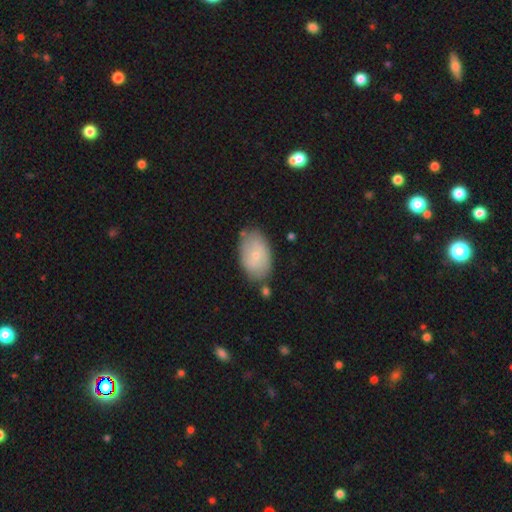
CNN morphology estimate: Smooth or featured?
  - smooth: 60% *
  - featured or disk: 33%
  - star or artifact: 7%
How rounded?
  - in between: 90% *
  - round: 9%
  - cigar-shaped: 1%
Merging?
  - none: 74% *
  - minor disturbance: 18%
  - merger: 5%
  - major disturbance: 4%